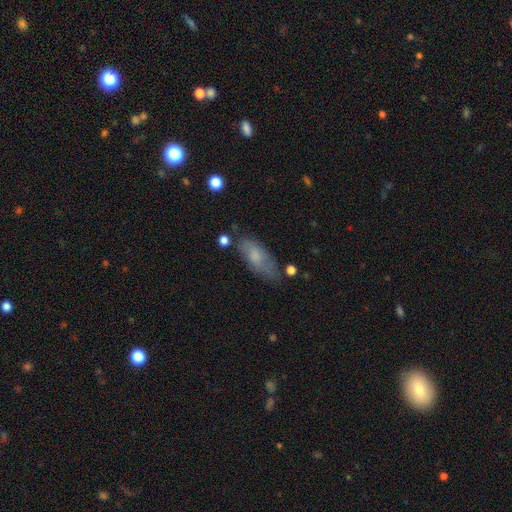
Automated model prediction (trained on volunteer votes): The model was most divided on "merging": none: 65%, minor disturbance: 24%, major disturbance: 8%, merger: 4%. More confident: how rounded — in between (79%); smooth or featured — smooth (67%).